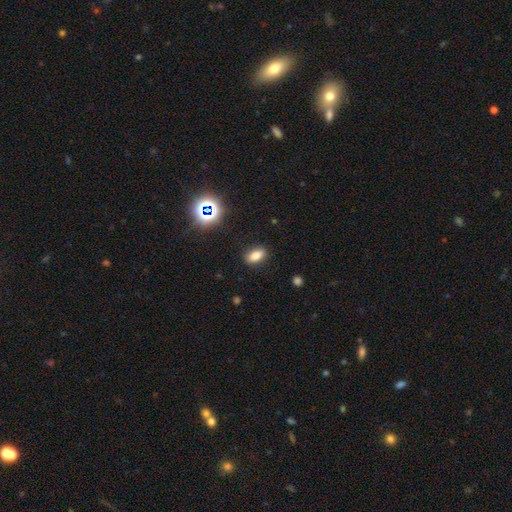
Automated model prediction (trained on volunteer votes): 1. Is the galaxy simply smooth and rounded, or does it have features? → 77% smooth, 14% star or artifact, 9% featured or disk.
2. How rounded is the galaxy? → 85% in between, 9% round, 6% cigar-shaped.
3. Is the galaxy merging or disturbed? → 88% none, 9% minor disturbance, 3% major disturbance, 1% merger.